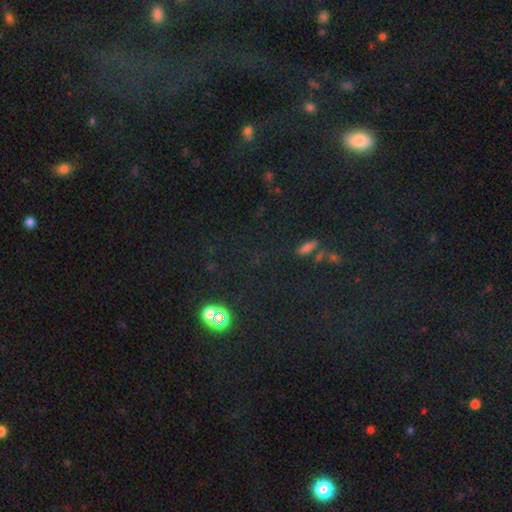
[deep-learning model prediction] This is likely a star or artifact rather than a galaxy (64%).